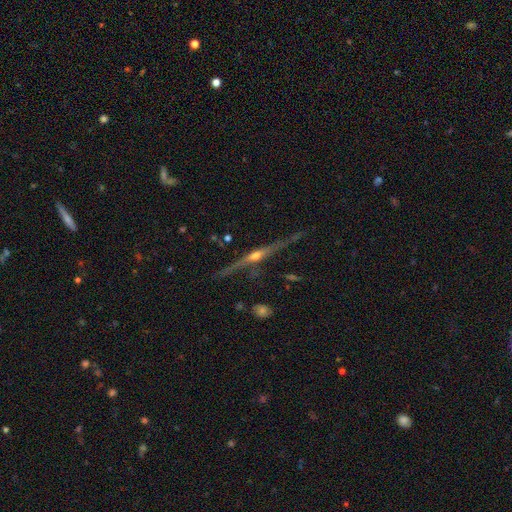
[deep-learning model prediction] Morphology: type=featured or disk (85%); edge-on=yes (97%); edge-on bulge=rounded (90%); merging=none (80%).